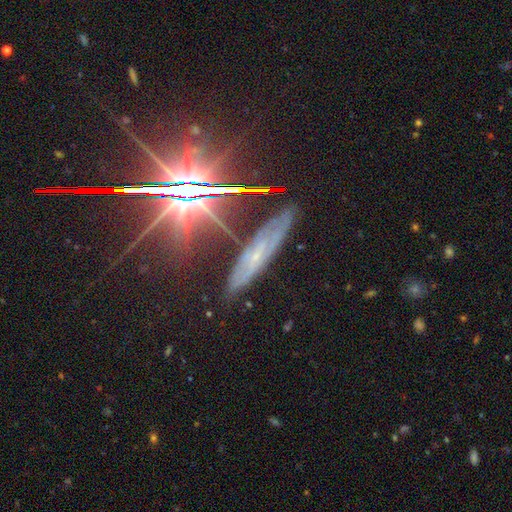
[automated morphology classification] This is possibly a featured or disk galaxy (54%). It is possibly viewed edge-on (57%). Merging: likely none (73%).